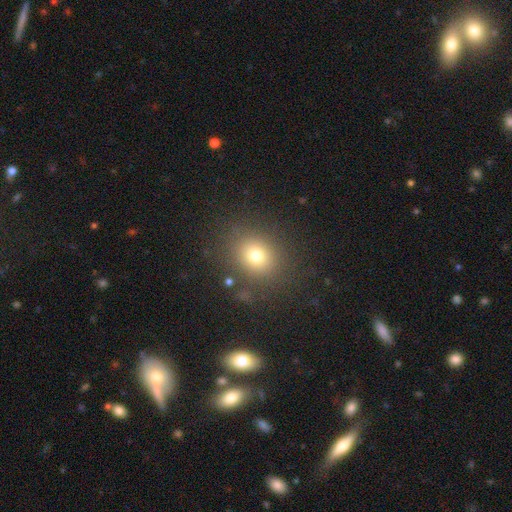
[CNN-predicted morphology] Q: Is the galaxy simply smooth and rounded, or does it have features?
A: smooth — 75%.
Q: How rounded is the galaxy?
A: round — 69%.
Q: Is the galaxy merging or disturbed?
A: none — 84%.